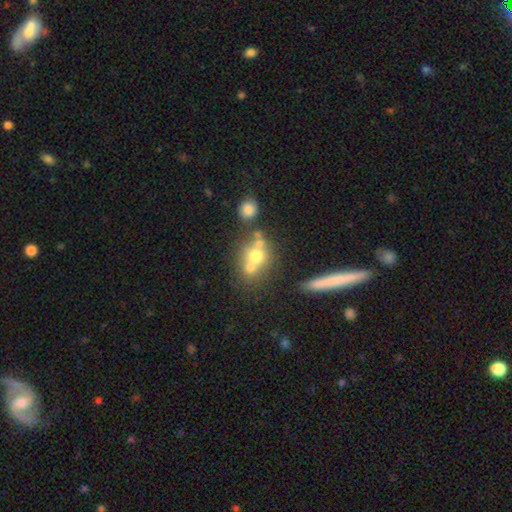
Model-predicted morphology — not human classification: The model was most divided on "merging": merger: 47%, none: 39%, minor disturbance: 9%, major disturbance: 5%. More confident: how rounded — round (72%); smooth or featured — smooth (61%).